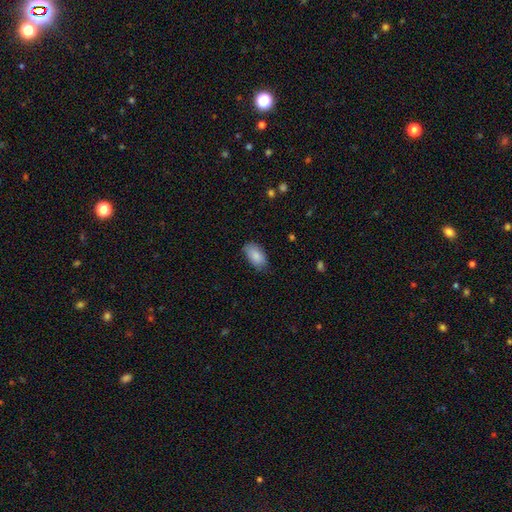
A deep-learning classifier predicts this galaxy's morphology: smooth 87%, featured or disk 7%, star or artifact 6%. Down the decision tree: how rounded — in between (94%); merging — none (78%).